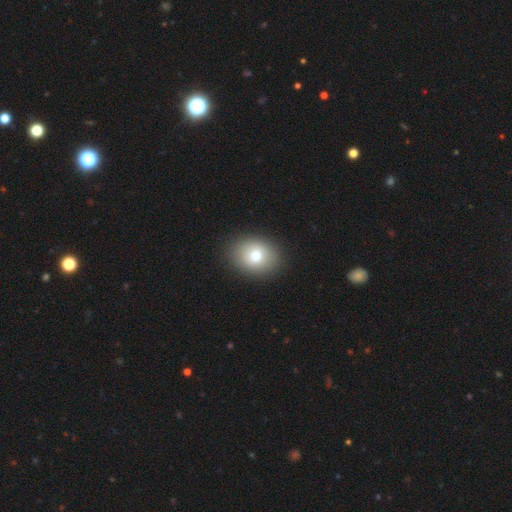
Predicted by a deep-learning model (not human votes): smooth 75%, featured or disk 14%, star or artifact 11%. Down the decision tree: how rounded — in between (50%); merging — none (89%).